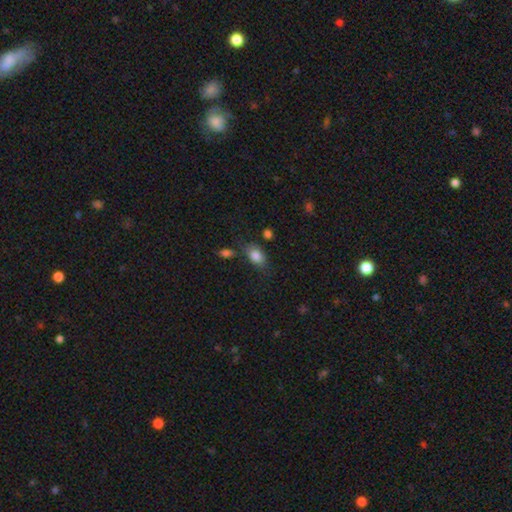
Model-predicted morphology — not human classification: smooth_or_featured: smooth (p=0.84) [alt: star or artifact p=0.09]
how_rounded: in between (p=0.85) [alt: round p=0.13]
merging: none (p=0.67) [alt: minor disturbance p=0.19]